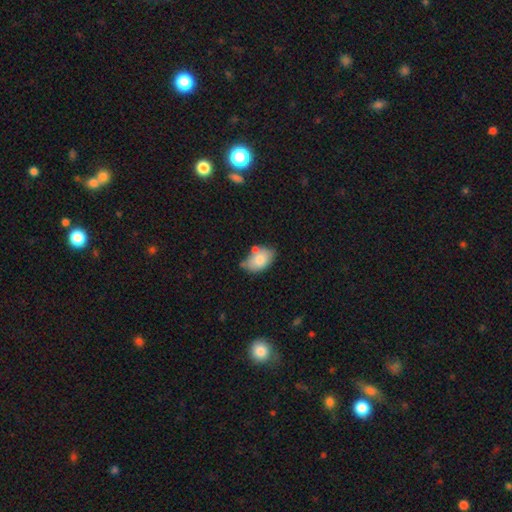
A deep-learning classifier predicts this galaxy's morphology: Smooth or featured?
  - smooth: 74% *
  - featured or disk: 17%
  - star or artifact: 9%
How rounded?
  - in between: 88% *
  - round: 11%
  - cigar-shaped: 1%
Merging?
  - none: 57% *
  - minor disturbance: 24%
  - merger: 14%
  - major disturbance: 5%